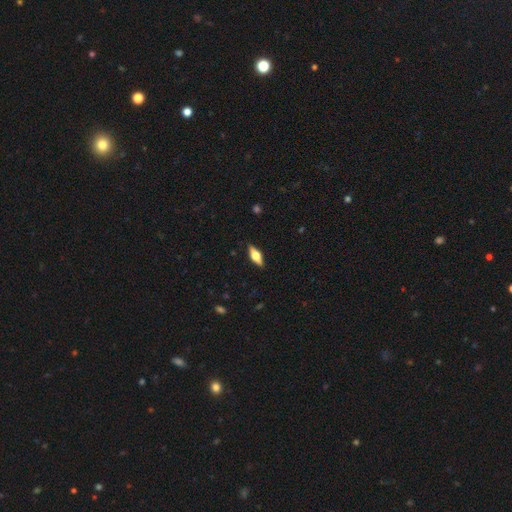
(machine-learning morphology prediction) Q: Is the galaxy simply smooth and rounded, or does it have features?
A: featured or disk — 57%.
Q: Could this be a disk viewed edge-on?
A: yes — 93%.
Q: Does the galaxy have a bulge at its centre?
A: rounded — 92%.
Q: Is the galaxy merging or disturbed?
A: none — 88%.